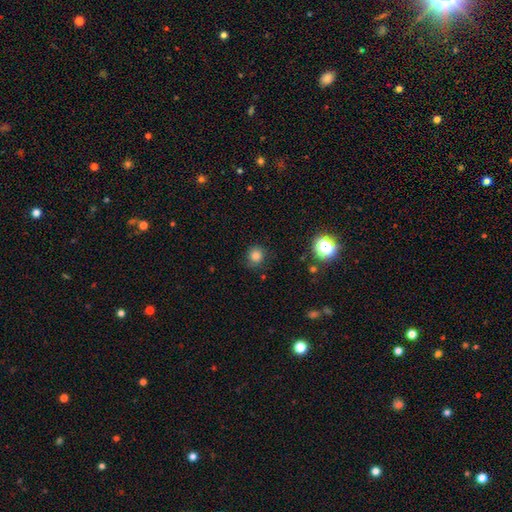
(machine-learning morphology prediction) Q: Smooth or featured?
A: smooth (80%); runner-up: star or artifact (14%)
Q: How rounded?
A: round (90%); runner-up: in between (9%)
Q: Merging?
A: none (83%); runner-up: minor disturbance (12%)